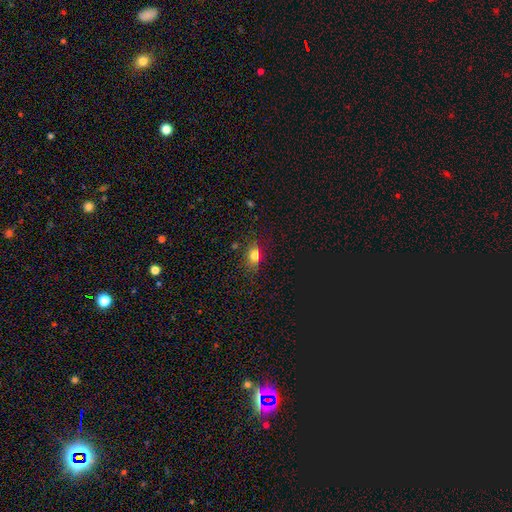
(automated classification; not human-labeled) smooth_or_featured: smooth (p=0.73) [alt: star or artifact p=0.18]
how_rounded: in between (p=0.73) [alt: round p=0.21]
merging: none (p=0.79) [alt: minor disturbance p=0.15]